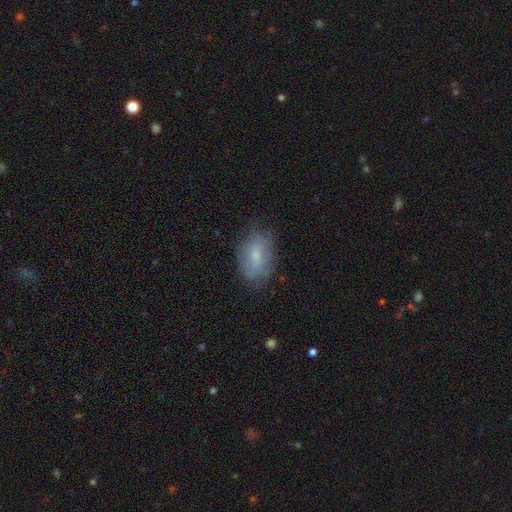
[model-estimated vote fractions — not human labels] Smooth or featured?
  - smooth: 61% *
  - featured or disk: 29%
  - star or artifact: 10%
How rounded?
  - in between: 89% *
  - round: 8%
  - cigar-shaped: 3%
Merging?
  - none: 75% *
  - minor disturbance: 19%
  - major disturbance: 5%
  - merger: 1%